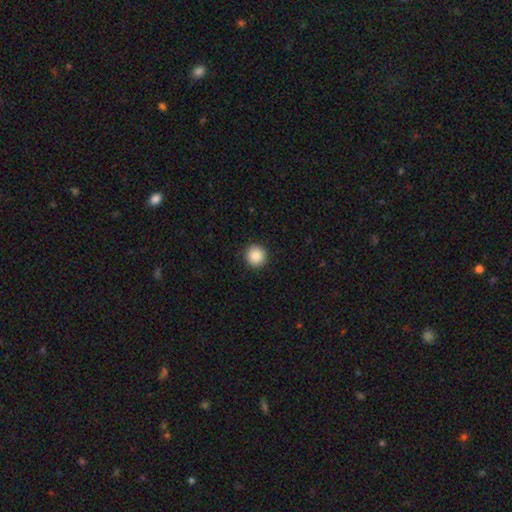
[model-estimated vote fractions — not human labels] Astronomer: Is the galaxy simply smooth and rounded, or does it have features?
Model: smooth — 88%.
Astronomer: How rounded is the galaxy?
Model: round — 95%.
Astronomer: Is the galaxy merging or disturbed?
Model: none — 93%.